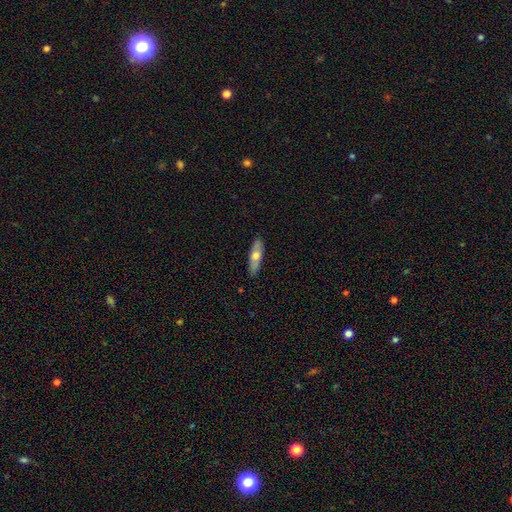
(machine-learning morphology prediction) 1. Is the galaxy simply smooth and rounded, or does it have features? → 59% smooth, 35% featured or disk, 6% star or artifact.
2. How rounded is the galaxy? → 55% cigar-shaped, 43% in between, 2% round.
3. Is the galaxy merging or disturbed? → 86% none, 11% minor disturbance, 2% major disturbance, 1% merger.